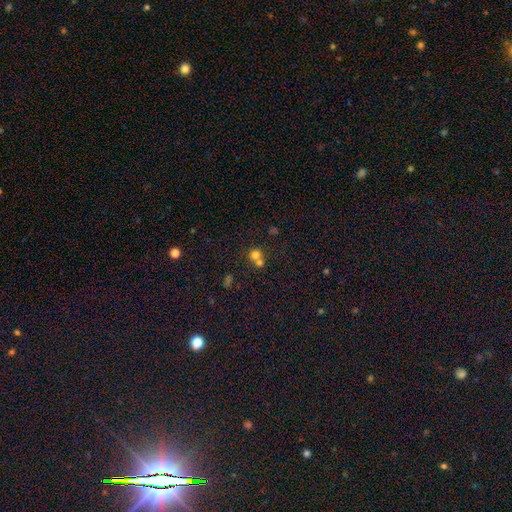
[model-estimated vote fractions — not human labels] Morphology: type=smooth (72%); roundness=round (85%); merging=merger (52%).